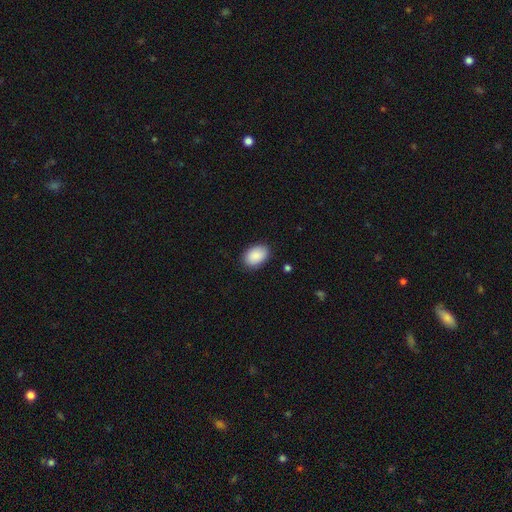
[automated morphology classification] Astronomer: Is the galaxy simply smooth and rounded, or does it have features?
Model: smooth — 90%.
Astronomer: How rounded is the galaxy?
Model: in between — 86%.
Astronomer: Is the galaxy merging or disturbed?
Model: none — 86%.